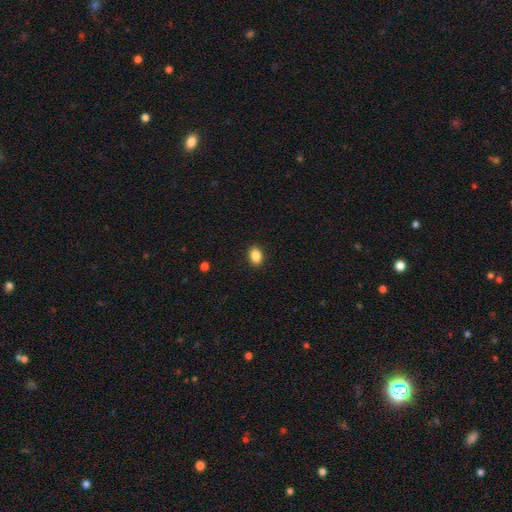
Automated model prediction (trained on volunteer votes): A smooth galaxy with no disk features (87%) that is in between round and cigar-shaped (75%).

Vote fractions:
- Smooth or featured? smooth: 87% / star or artifact: 9% / featured or disk: 4%
- How rounded? in between: 75% / round: 24% / cigar-shaped: 1%
- Merging? none: 90% / minor disturbance: 7% / major disturbance: 2% / merger: 1%